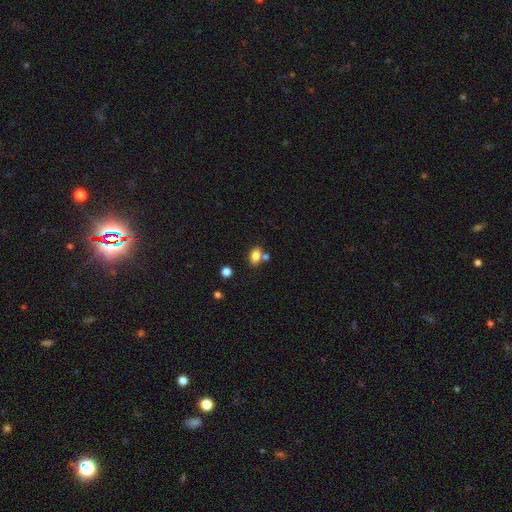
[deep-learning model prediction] A smooth galaxy with no disk features (82%) that is in between round and cigar-shaped (81%). Merging: none (64%).